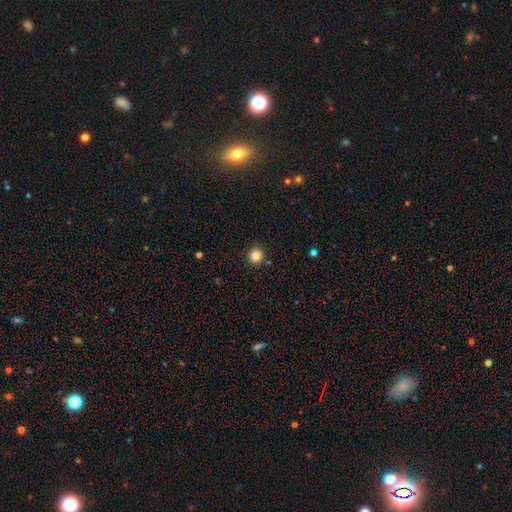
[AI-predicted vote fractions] Morphology: type=smooth (83%); roundness=round (94%); merging=none (92%).